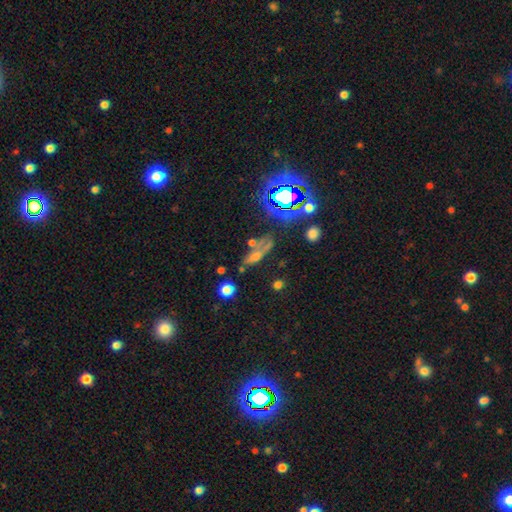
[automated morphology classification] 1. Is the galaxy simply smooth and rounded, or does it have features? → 38% smooth, 35% star or artifact, 27% featured or disk.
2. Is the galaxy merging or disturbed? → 50% none, 19% minor disturbance, 16% merger, 15% major disturbance.